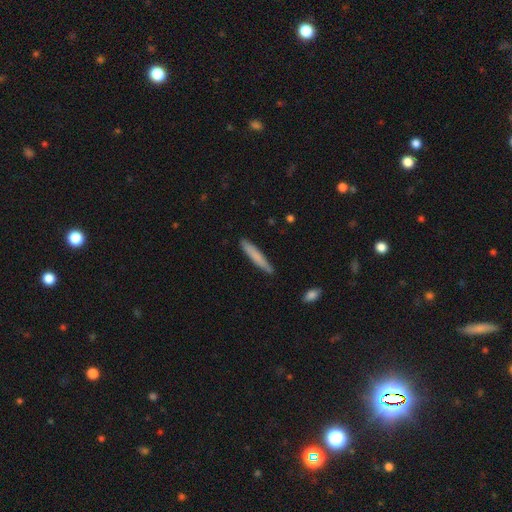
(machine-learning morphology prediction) Q: Smooth or featured?
A: smooth (76%); runner-up: featured or disk (18%)
Q: How rounded?
A: cigar-shaped (95%); runner-up: in between (4%)
Q: Merging?
A: none (88%); runner-up: minor disturbance (9%)